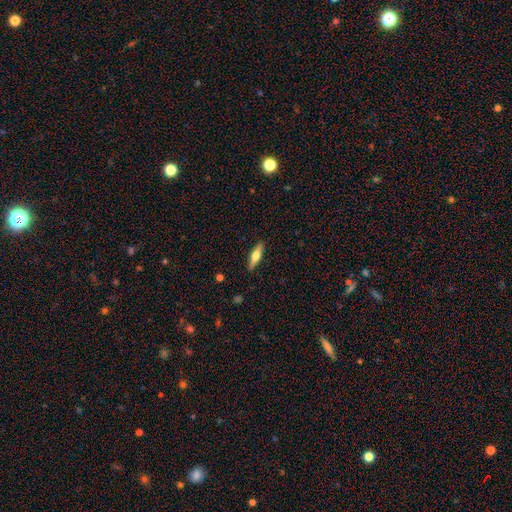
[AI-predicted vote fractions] Morphology: type=featured or disk (49%); merging=none (89%).